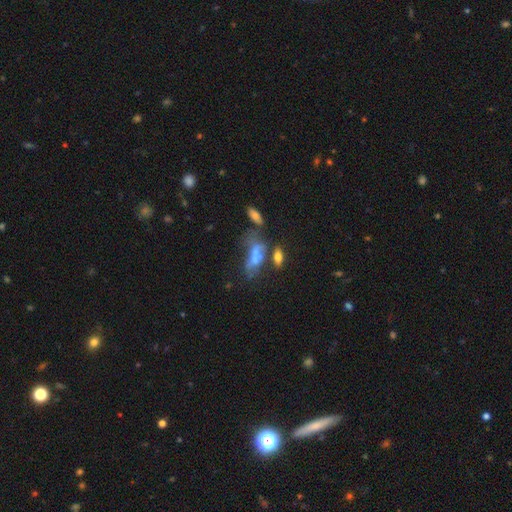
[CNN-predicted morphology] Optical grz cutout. It shows a smooth galaxy with no disk features (48%). Merging: merger (41%).